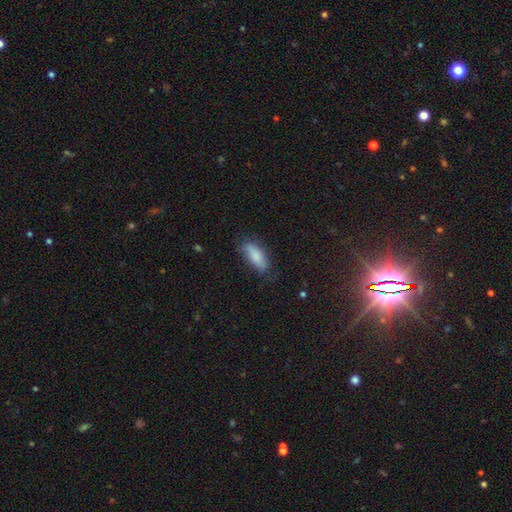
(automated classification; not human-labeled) smooth_or_featured: smooth (p=0.82) [alt: featured or disk p=0.11]
how_rounded: in between (p=0.68) [alt: cigar-shaped p=0.30]
merging: none (p=0.72) [alt: minor disturbance p=0.21]